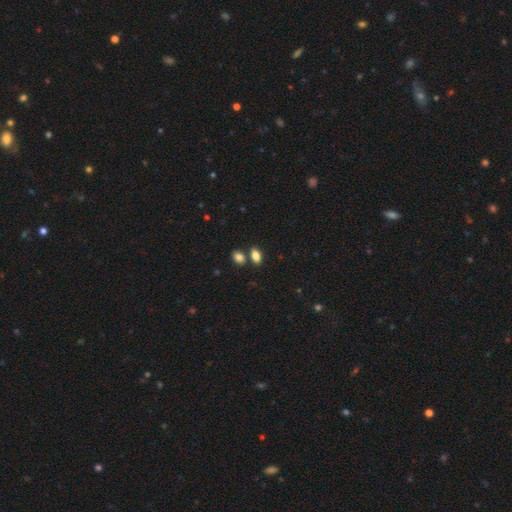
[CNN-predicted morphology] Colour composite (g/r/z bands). It shows a smooth galaxy with no disk features (84%) that is in between round and cigar-shaped (88%). Merging: none (69%).